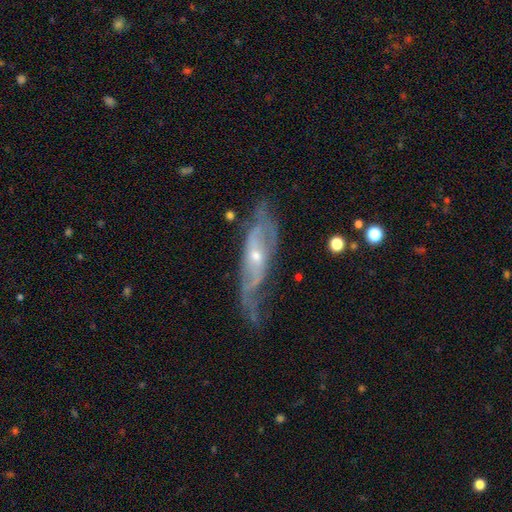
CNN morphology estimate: featured or disk 80%, smooth 14%, star or artifact 7%. Down the decision tree: edge-on disk — no (74%); bar — no (59%); spiral arms — yes (83%); bulge size — small (61%); merging — none (54%).